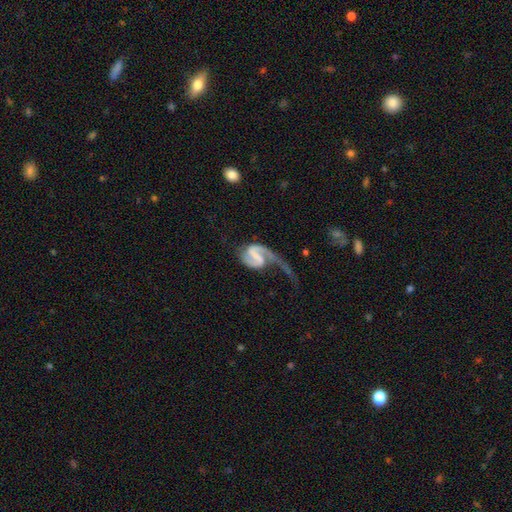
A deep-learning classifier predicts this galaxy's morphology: type=featured or disk (87%); edge-on=no (98%); bar=weak (44%); spiral arms=yes (95%); winding=loose (49%); arm count=2 (65%); bulge=none (45%); merging=major disturbance (51%).